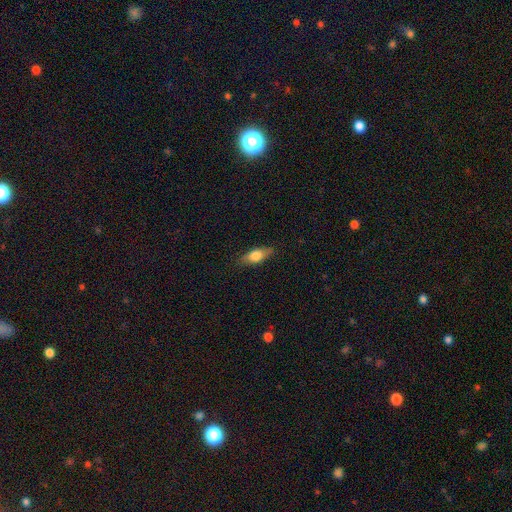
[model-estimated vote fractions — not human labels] Smooth or featured?
  - smooth: 68% *
  - featured or disk: 25%
  - star or artifact: 7%
How rounded?
  - in between: 71% *
  - cigar-shaped: 25%
  - round: 4%
Merging?
  - none: 83% *
  - minor disturbance: 13%
  - major disturbance: 3%
  - merger: 1%